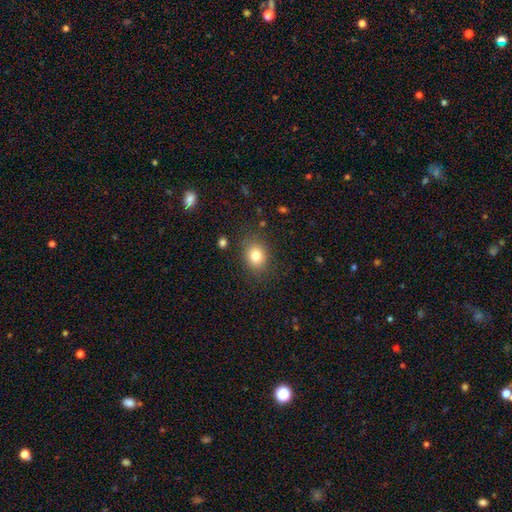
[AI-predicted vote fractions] The model was most divided on "how rounded": round: 55%, in between: 44%, cigar-shaped: 1%. More confident: merging — none (83%); smooth or featured — smooth (80%).